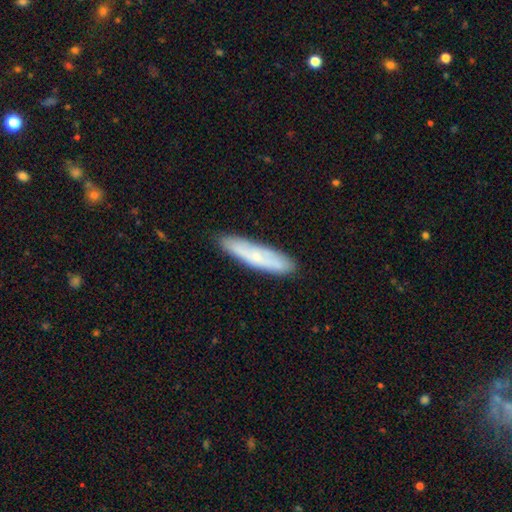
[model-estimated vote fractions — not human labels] smooth 58%, featured or disk 36%, star or artifact 6%. Down the decision tree: how rounded — cigar-shaped (81%); merging — none (86%).